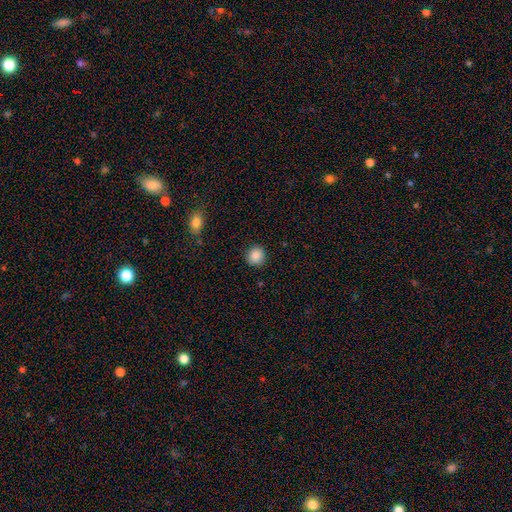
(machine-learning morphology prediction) Smooth or featured? smooth (86%)
How rounded? round (92%)
Merging? none (90%)